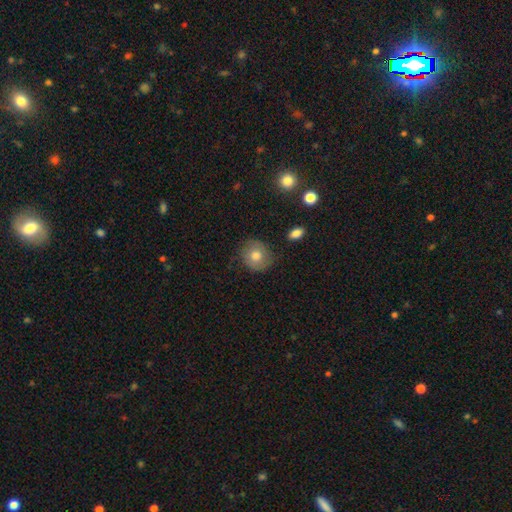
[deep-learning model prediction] Morphology: type=smooth (67%); roundness=round (83%); merging=none (81%).